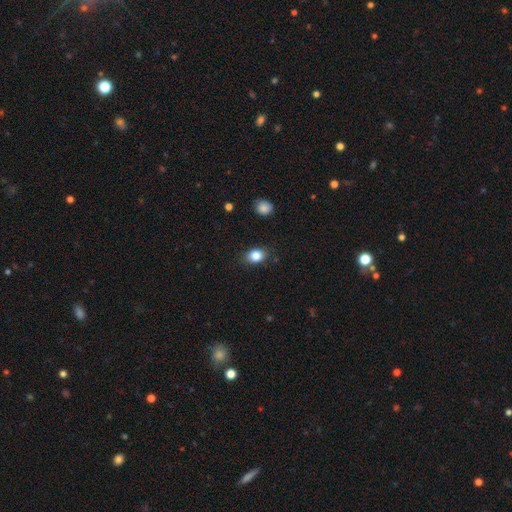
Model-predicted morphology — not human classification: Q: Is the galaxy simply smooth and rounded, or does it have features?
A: smooth — 84%.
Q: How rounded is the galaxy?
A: in between — 68%.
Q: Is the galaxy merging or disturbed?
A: none — 83%.